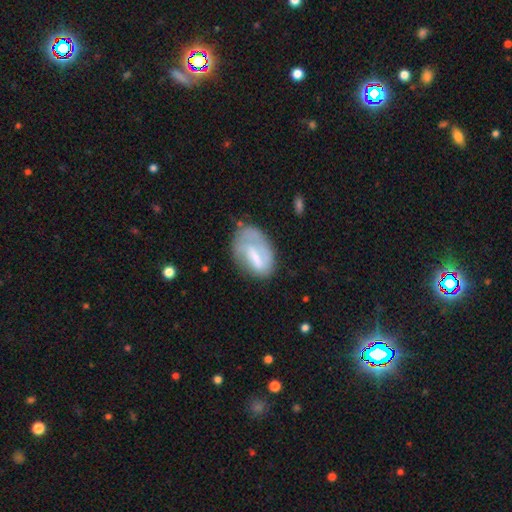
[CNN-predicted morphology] A featured or disk galaxy (47%).

Vote fractions:
- Smooth or featured? featured or disk: 47% / smooth: 46% / star or artifact: 7%
- Merging? none: 46% / minor disturbance: 29% / major disturbance: 20% / merger: 4%